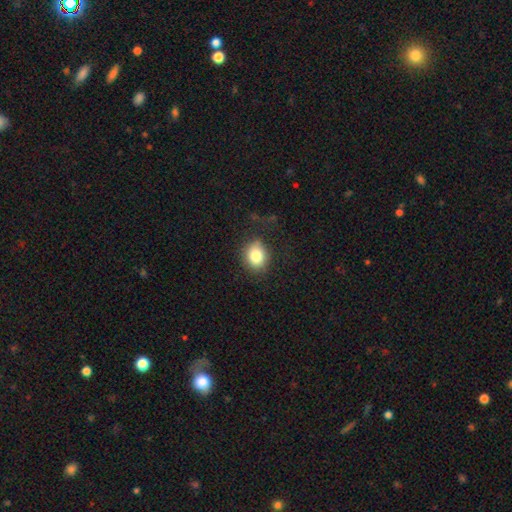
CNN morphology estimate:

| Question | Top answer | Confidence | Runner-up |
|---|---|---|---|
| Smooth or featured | smooth | 83% | star or artifact (9%) |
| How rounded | round | 59% | in between (40%) |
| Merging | none | 75% | minor disturbance (16%) |